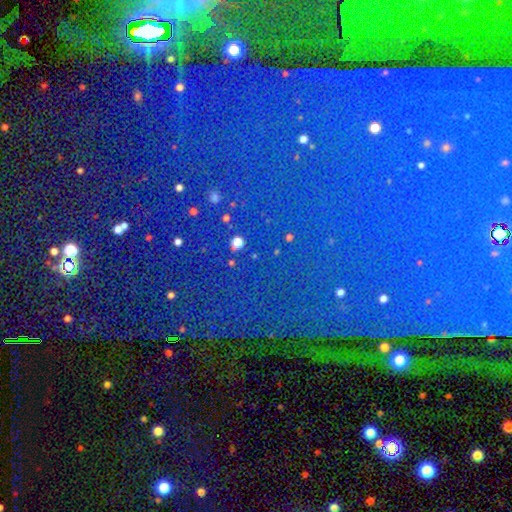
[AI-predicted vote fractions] The model was most divided on "smooth or featured": star or artifact: 85%, smooth: 8%, featured or disk: 7%.